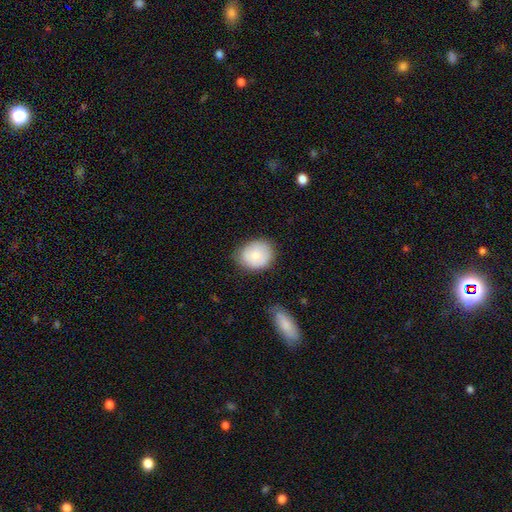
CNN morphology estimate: smooth 76%, featured or disk 16%, star or artifact 7%. Down the decision tree: how rounded — round (63%); merging — none (71%).